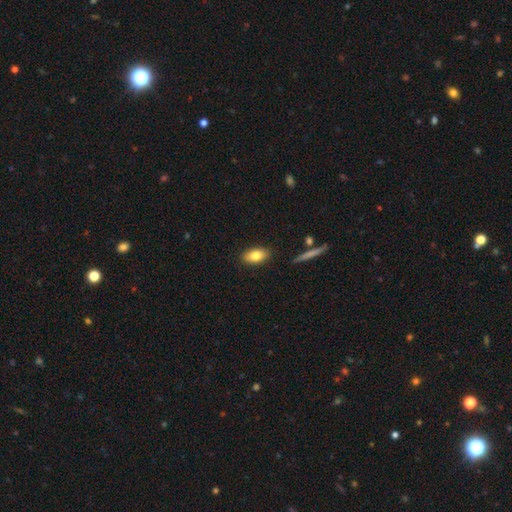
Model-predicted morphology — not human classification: Overall: smooth (79%). How rounded: in between (89%). Merging: none (87%).